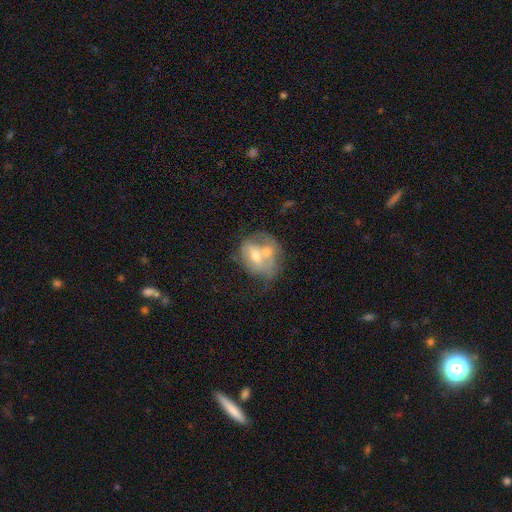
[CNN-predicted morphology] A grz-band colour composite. It shows a smooth galaxy with no disk features (49%). Merging: merger (65%).